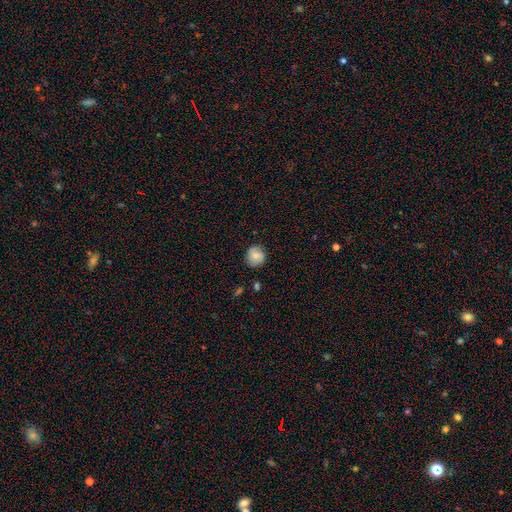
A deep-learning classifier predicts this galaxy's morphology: The model was most divided on "smooth or featured": smooth: 67%, featured or disk: 24%, star or artifact: 8%. More confident: how rounded — round (87%); merging — none (80%).